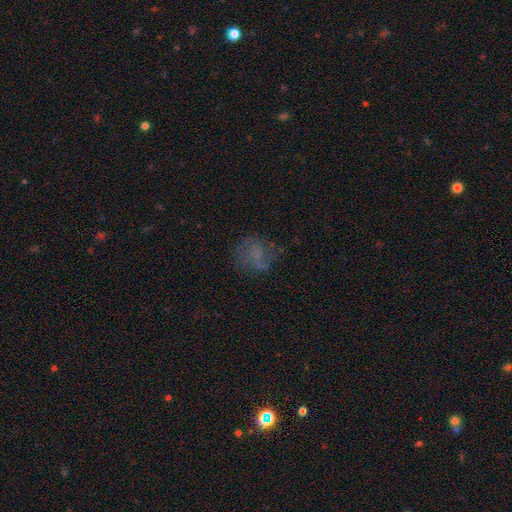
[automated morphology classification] type=smooth (42%); merging=none (56%).